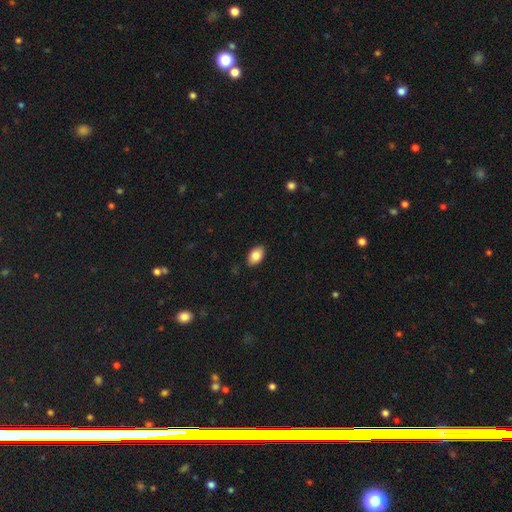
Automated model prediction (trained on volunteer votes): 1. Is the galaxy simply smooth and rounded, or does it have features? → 85% smooth, 8% featured or disk, 7% star or artifact.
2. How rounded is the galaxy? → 91% in between, 7% round, 1% cigar-shaped.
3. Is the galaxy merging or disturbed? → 88% none, 9% minor disturbance, 2% major disturbance, 1% merger.